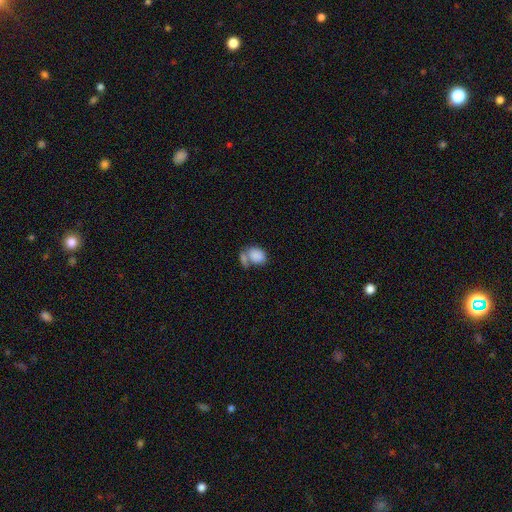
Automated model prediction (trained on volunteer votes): A smooth galaxy with no disk features (83%) that is in between round and cigar-shaped (71%). Merging: merger (46%).